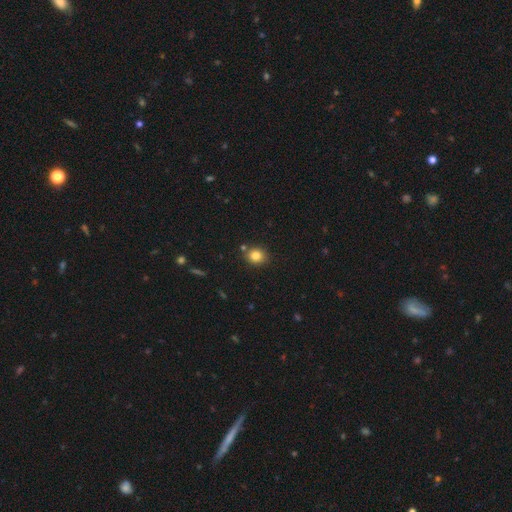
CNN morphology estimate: A smooth galaxy with no disk features (82%) that is round (73%). Merging: none (82%).